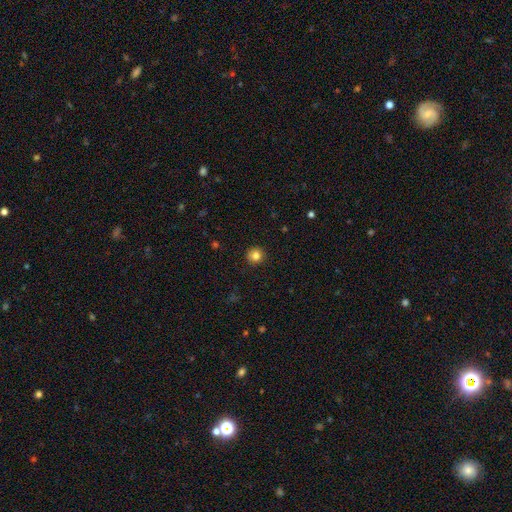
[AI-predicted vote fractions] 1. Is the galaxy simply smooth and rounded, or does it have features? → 83% smooth, 11% star or artifact, 6% featured or disk.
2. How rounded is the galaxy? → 93% round, 6% in between, 1% cigar-shaped.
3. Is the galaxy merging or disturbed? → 92% none, 5% minor disturbance, 2% major disturbance, 1% merger.